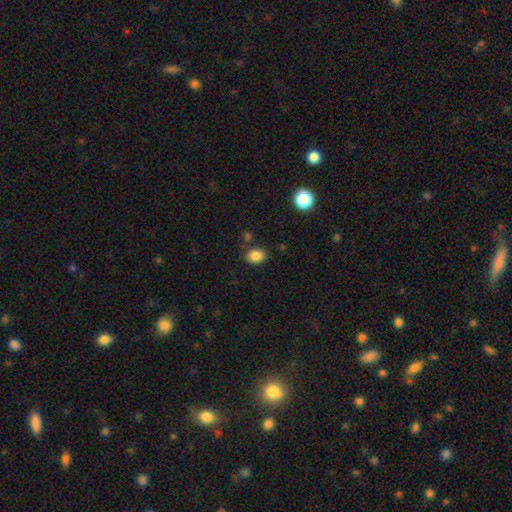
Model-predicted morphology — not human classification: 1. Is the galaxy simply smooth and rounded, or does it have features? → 85% smooth, 10% star or artifact, 5% featured or disk.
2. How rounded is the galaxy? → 58% in between, 41% round, 1% cigar-shaped.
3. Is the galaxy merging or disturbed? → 79% none, 12% minor disturbance, 5% merger, 3% major disturbance.